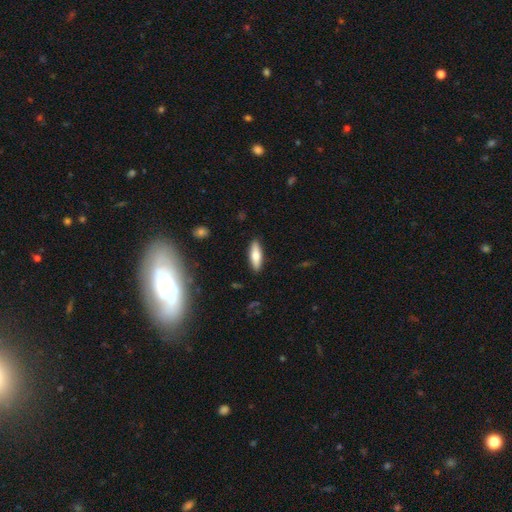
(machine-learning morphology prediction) smooth-or-featured: smooth: 71% | featured or disk: 23% | star or artifact: 6%
  how-rounded: in between: 51% | cigar-shaped: 47% | round: 2%
  merging: none: 89% | minor disturbance: 8% | major disturbance: 2% | merger: 1%